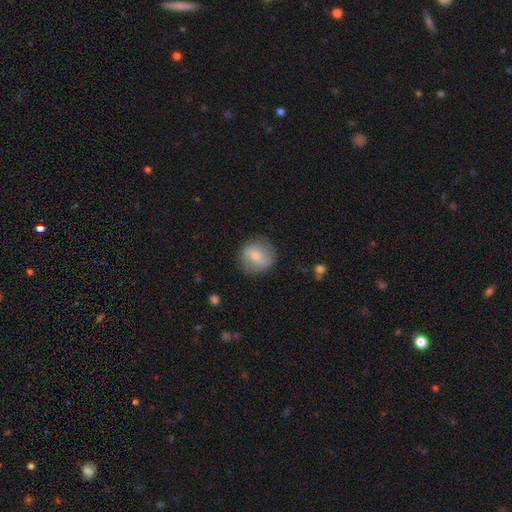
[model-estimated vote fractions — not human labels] This is possibly a smooth galaxy (50%). How rounded: clearly round (87%). Merging: likely none (78%).